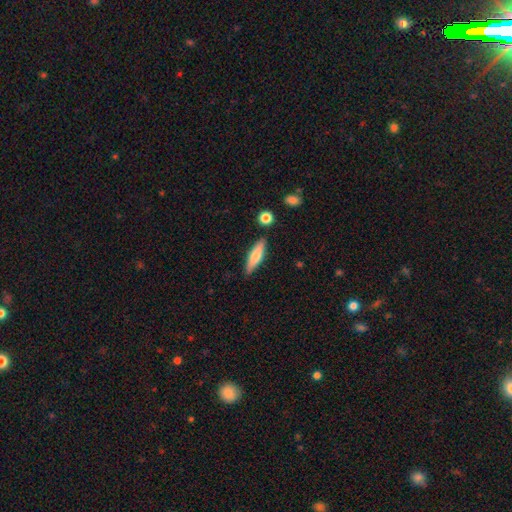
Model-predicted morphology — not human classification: Overall: smooth (70%). How rounded: cigar-shaped (70%). Merging: none (84%).